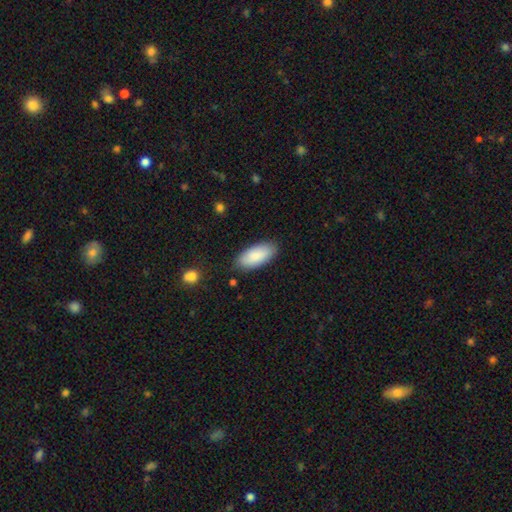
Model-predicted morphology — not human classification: This appears to be a smooth galaxy with no disk features (86%) that is in between round and cigar-shaped (90%). Merging: none (83%).